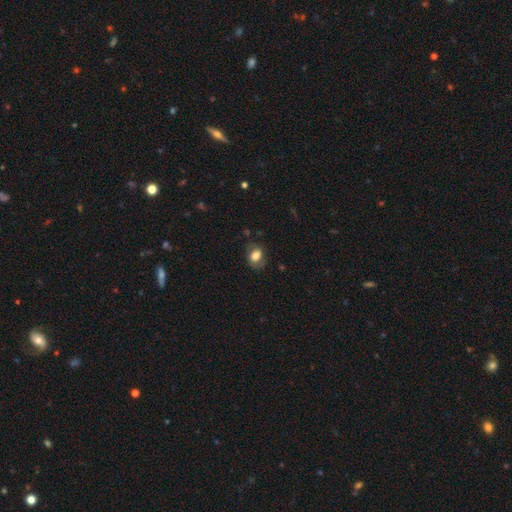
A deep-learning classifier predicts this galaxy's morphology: This appears to be a smooth galaxy with no disk features (72%) that is in between round and cigar-shaped (69%). Merging: none (69%).